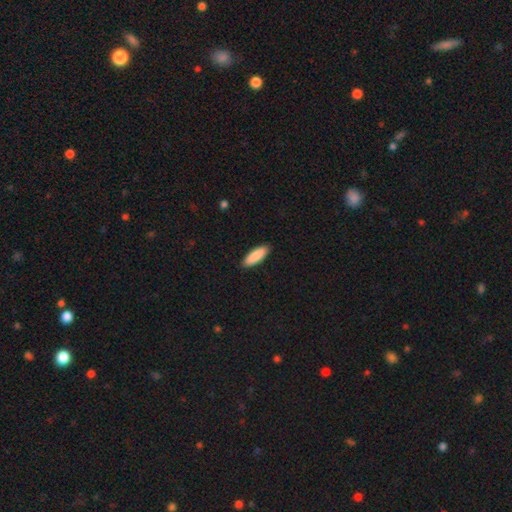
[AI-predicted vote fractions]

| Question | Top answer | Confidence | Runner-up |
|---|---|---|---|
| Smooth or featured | smooth | 89% | featured or disk (6%) |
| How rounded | in between | 53% | cigar-shaped (46%) |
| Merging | none | 90% | minor disturbance (7%) |